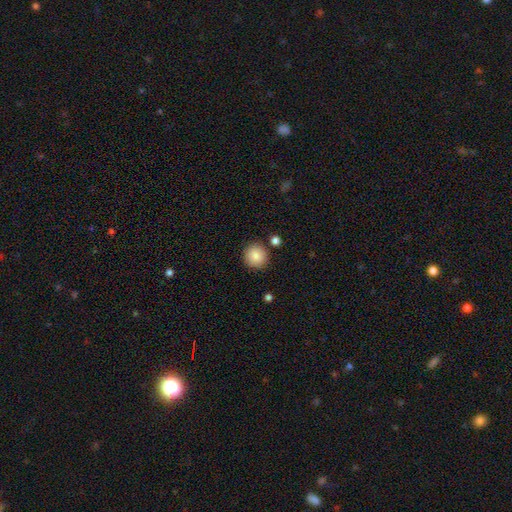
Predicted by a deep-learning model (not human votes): Smooth or featured?
  - smooth: 87% *
  - star or artifact: 8%
  - featured or disk: 5%
How rounded?
  - round: 94% *
  - in between: 5%
  - cigar-shaped: 1%
Merging?
  - none: 88% *
  - minor disturbance: 7%
  - merger: 3%
  - major disturbance: 2%